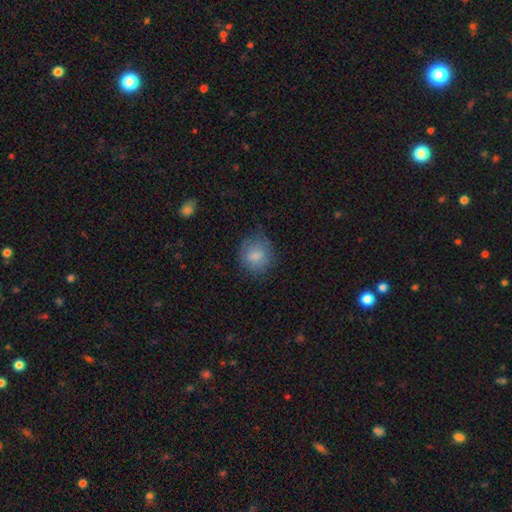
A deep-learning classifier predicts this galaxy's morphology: This appears to be a smooth galaxy with no disk features (81%) that is round (79%). Merging: none (70%).